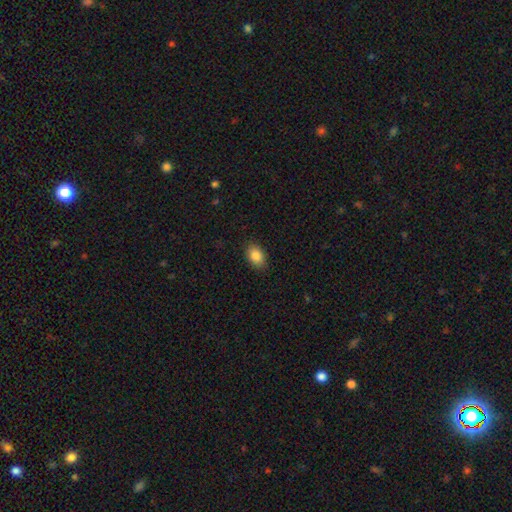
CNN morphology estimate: This appears to be a smooth galaxy with no disk features (87%) that is in between round and cigar-shaped (85%). Merging: none (87%).